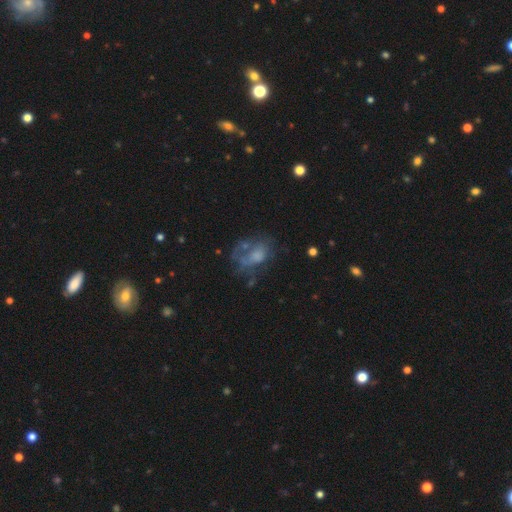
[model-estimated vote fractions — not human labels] Smooth or featured: smooth — 43% (tied with featured or disk — 43%)
Merging: major disturbance — 35% (none — 34%)